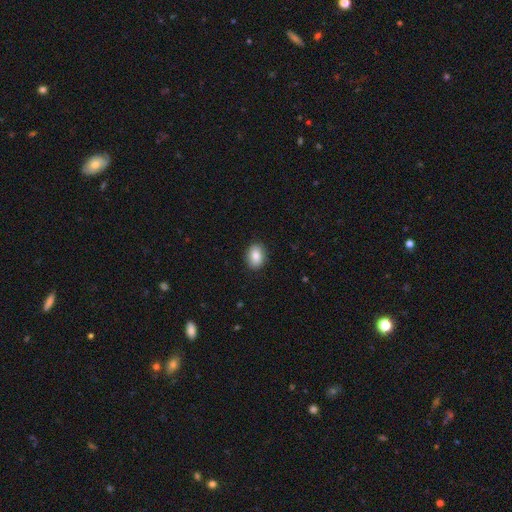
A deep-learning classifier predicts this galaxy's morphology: Smooth or featured: smooth — 85% (star or artifact — 8%)
How rounded: in between — 71% (round — 28%)
Merging: none — 89% (minor disturbance — 8%)